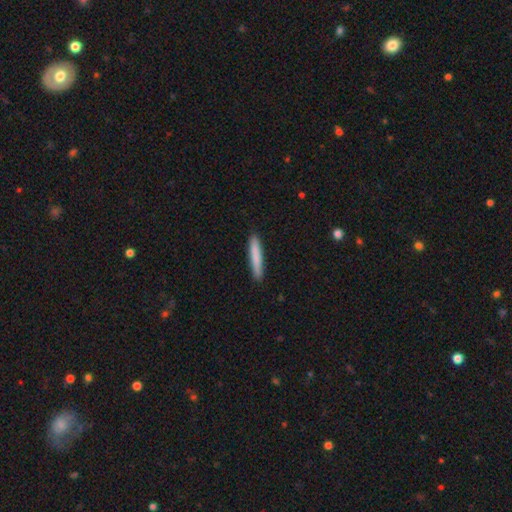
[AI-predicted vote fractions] A smooth galaxy with no disk features (82%) that is cigar-shaped (94%).

Vote fractions:
- Smooth or featured? smooth: 82% / featured or disk: 13% / star or artifact: 5%
- How rounded? cigar-shaped: 94% / in between: 5% / round: 1%
- Merging? none: 90% / minor disturbance: 7% / major disturbance: 1% / merger: 1%